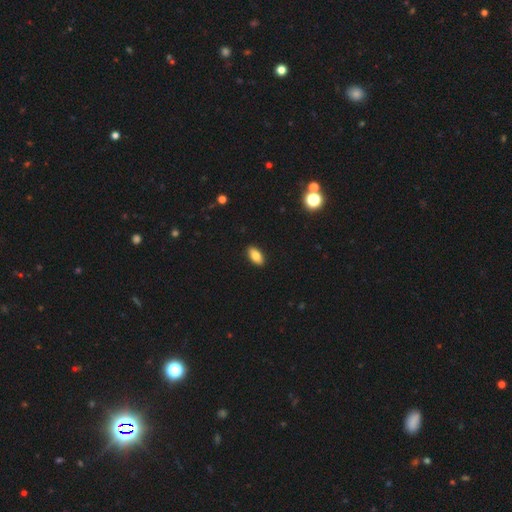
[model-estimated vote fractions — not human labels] A smooth galaxy with no disk features (83%) that is in between round and cigar-shaped (91%). Merging: none (91%).